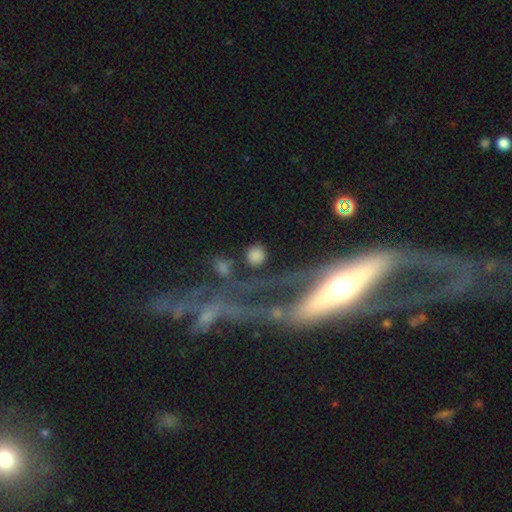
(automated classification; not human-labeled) smooth 77%, star or artifact 12%, featured or disk 10%. Down the decision tree: how rounded — round (89%); merging — none (79%).